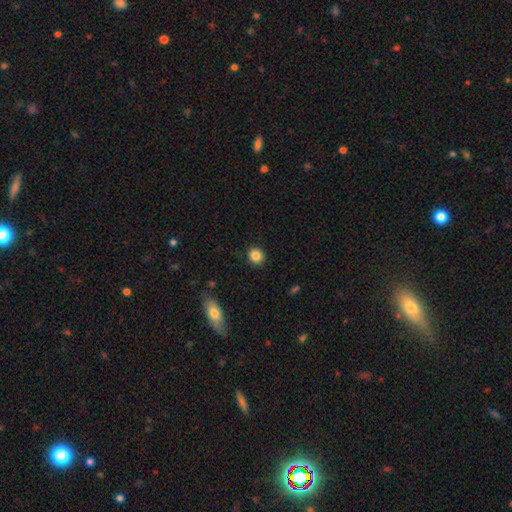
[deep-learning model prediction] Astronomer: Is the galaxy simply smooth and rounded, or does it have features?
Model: smooth — 86%.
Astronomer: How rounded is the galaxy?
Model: round — 86%.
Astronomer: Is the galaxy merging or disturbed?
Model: none — 90%.